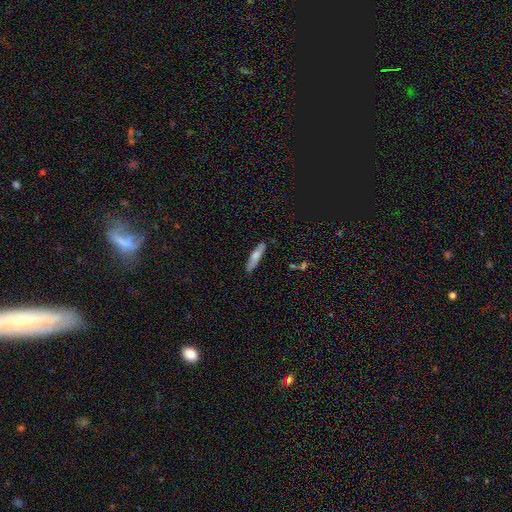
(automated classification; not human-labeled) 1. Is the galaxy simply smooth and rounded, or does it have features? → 69% smooth, 25% featured or disk, 6% star or artifact.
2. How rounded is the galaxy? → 83% cigar-shaped, 15% in between, 2% round.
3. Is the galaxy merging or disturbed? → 85% none, 11% minor disturbance, 2% major disturbance, 2% merger.